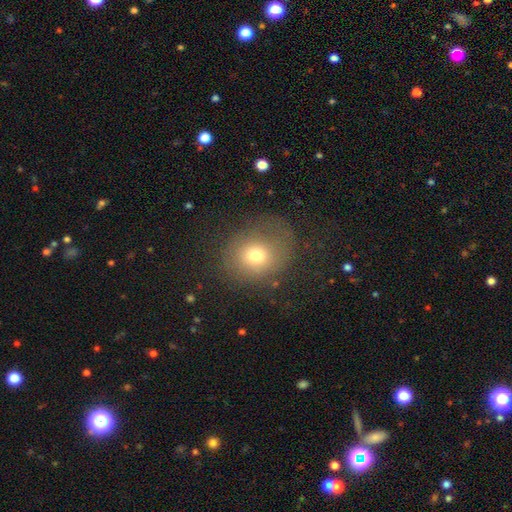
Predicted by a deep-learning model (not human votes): This appears to be a smooth galaxy with no disk features (70%) that is round (68%). Merging: none (62%).